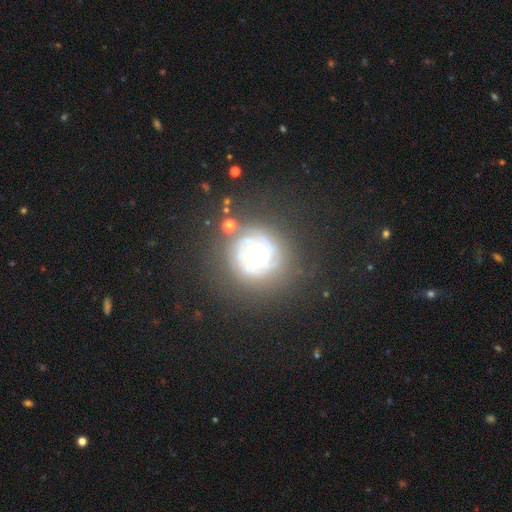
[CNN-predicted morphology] Overall: featured or disk (75%). Edge-on disk: no (97%). Bar: no (81%). Spiral arms: yes (78%). Spiral arm count: can't tell (34%; 2 26%). Spiral winding: tight (72%). Bulge size: moderate (58%; large 33%). Merging: none (68%).